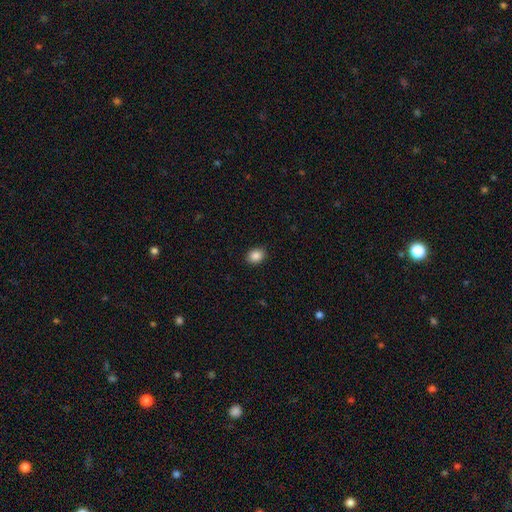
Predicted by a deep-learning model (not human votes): Morphology: type=smooth (88%); roundness=in between (59%); merging=none (90%).